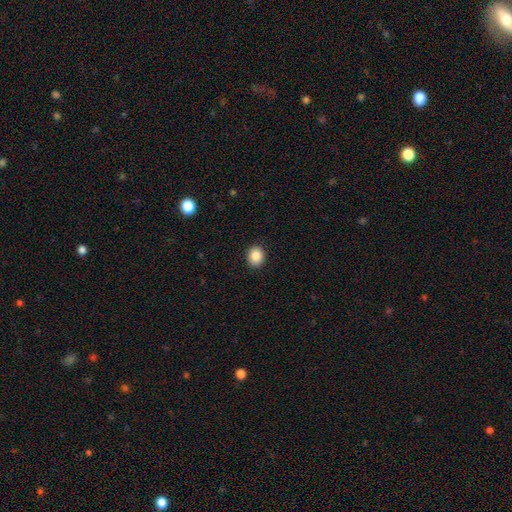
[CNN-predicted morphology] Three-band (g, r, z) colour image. It shows a smooth galaxy with no disk features (88%) that is round (61%). Merging: none (90%).